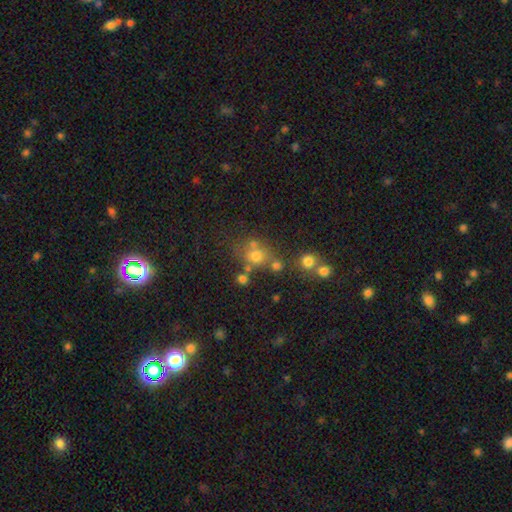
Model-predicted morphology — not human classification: smooth-or-featured: smooth: 65% | star or artifact: 20% | featured or disk: 14%
  how-rounded: round: 76% | in between: 23% | cigar-shaped: 1%
  merging: none: 54% | merger: 25% | minor disturbance: 13% | major disturbance: 7%